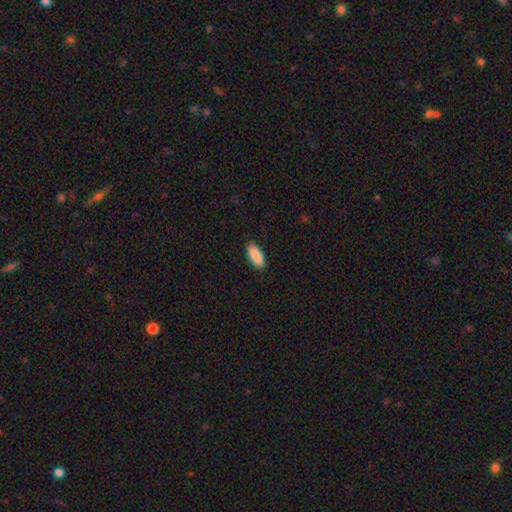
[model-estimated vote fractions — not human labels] This is clearly a smooth galaxy (91%). How rounded: likely in between (80%). Merging: clearly none (90%).